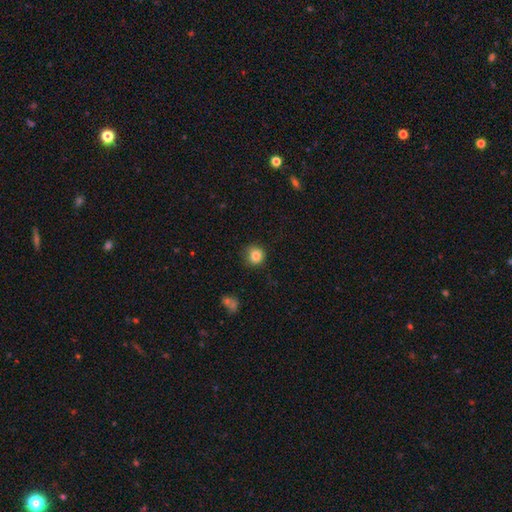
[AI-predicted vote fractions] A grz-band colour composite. It shows a smooth galaxy with no disk features (85%) that is round (90%). Merging: none (82%).